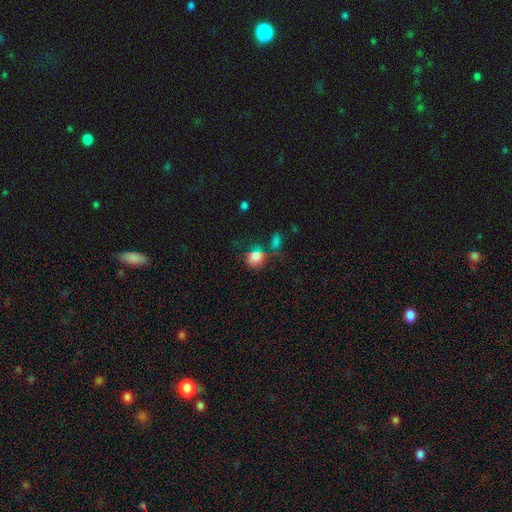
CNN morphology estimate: type=smooth (80%); roundness=round (64%); merging=none (55%).